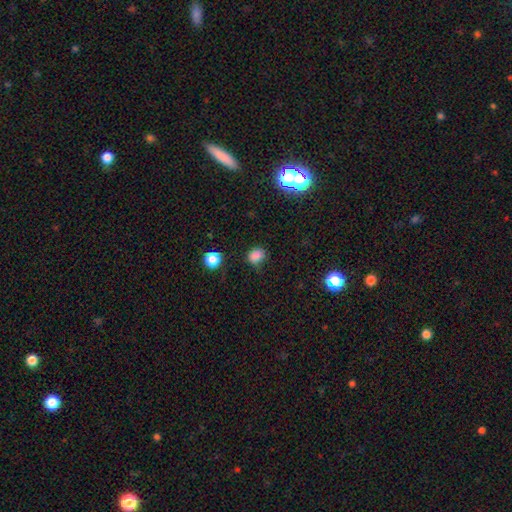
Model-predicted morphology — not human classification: Smooth or featured? Predicted: smooth (p=0.79). How rounded? Predicted: round (p=0.60). Merging? Predicted: none (p=0.68).